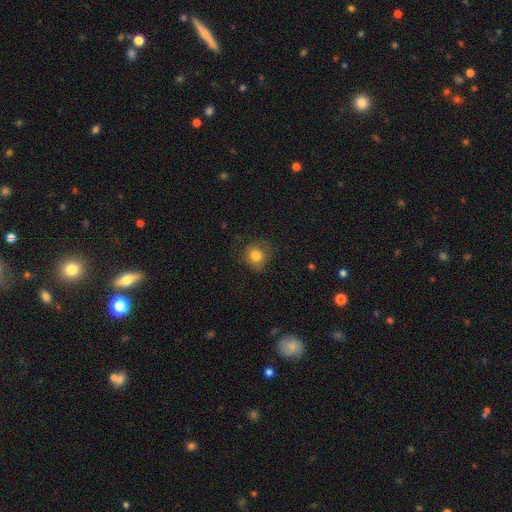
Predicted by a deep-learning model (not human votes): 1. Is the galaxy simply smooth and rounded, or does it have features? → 79% smooth, 11% featured or disk, 10% star or artifact.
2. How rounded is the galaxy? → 86% round, 13% in between, 1% cigar-shaped.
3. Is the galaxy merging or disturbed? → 71% none, 19% minor disturbance, 9% major disturbance, 1% merger.